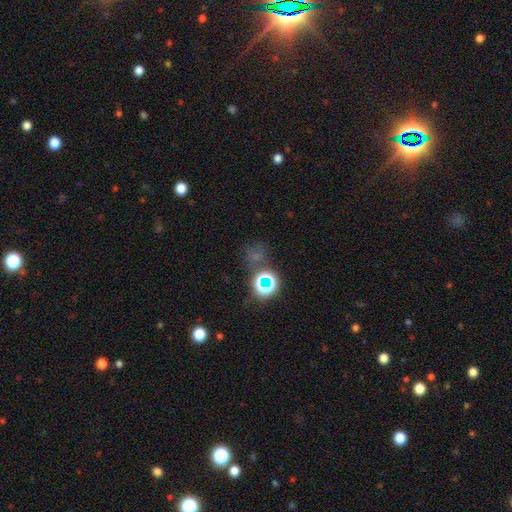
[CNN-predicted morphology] Smooth or featured?
  - star or artifact: 53% *
  - smooth: 35%
  - featured or disk: 12%